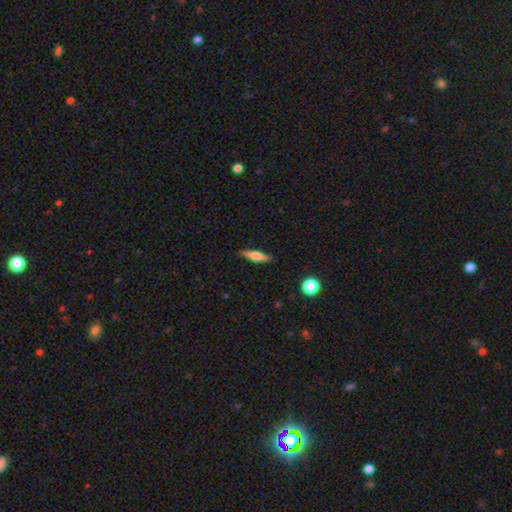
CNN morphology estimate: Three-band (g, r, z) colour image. It shows a smooth galaxy with no disk features (58%) that is cigar-shaped (61%). Merging: none (83%).